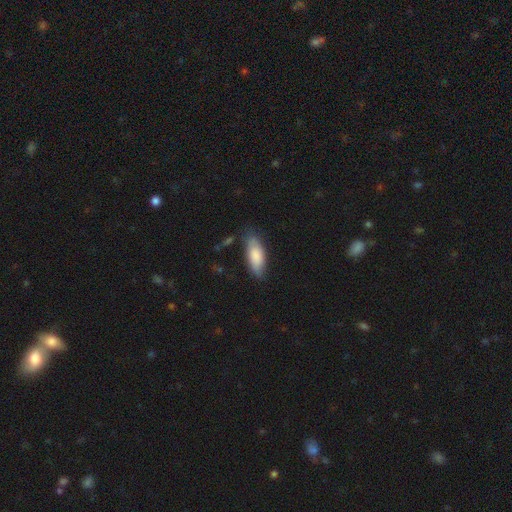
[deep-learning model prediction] Smooth or featured?
  - smooth: 83% *
  - featured or disk: 11%
  - star or artifact: 6%
How rounded?
  - in between: 76% *
  - cigar-shaped: 22%
  - round: 2%
Merging?
  - none: 72% *
  - minor disturbance: 21%
  - major disturbance: 5%
  - merger: 2%